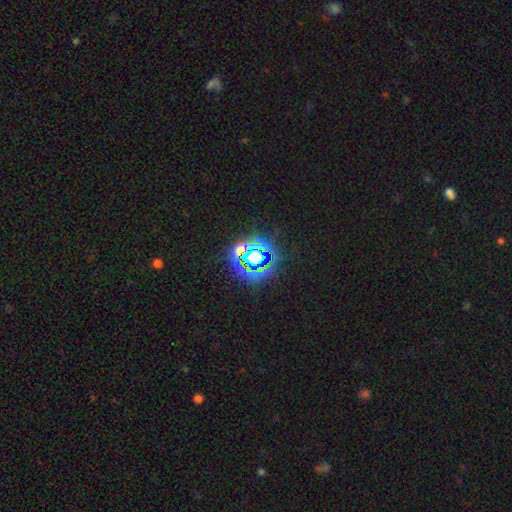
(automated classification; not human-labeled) Smooth or featured: star or artifact — 71% (smooth — 17%)